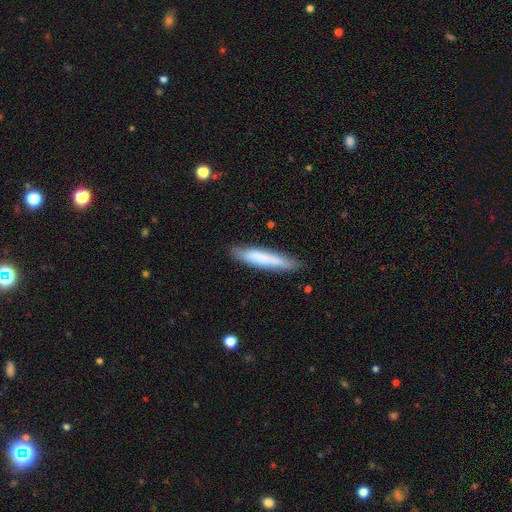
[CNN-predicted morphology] smooth_or_featured: smooth (p=0.72) [alt: featured or disk p=0.22]
how_rounded: cigar-shaped (p=0.85) [alt: in between p=0.14]
merging: none (p=0.81) [alt: minor disturbance p=0.14]